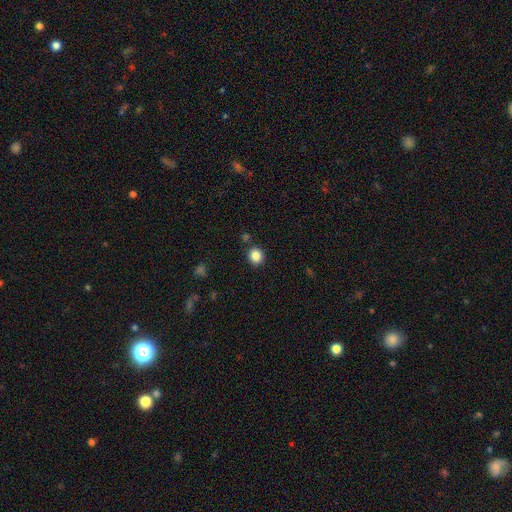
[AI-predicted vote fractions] A smooth galaxy with no disk features (85%) that is round (80%).

Vote fractions:
- Smooth or featured? smooth: 85% / star or artifact: 11% / featured or disk: 4%
- How rounded? round: 80% / in between: 19% / cigar-shaped: 1%
- Merging? none: 87% / minor disturbance: 7% / merger: 3% / major disturbance: 2%